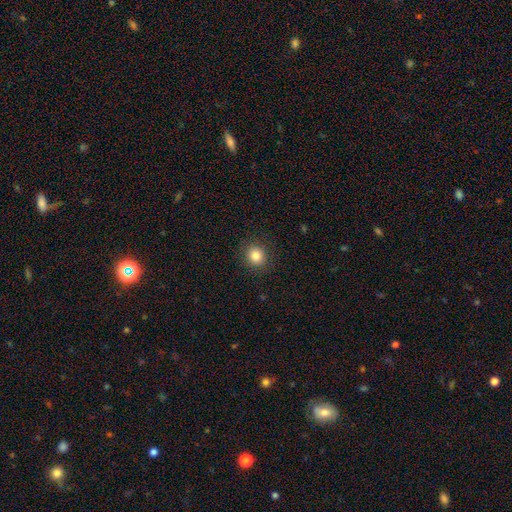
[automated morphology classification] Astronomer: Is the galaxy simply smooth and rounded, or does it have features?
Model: smooth — 83%.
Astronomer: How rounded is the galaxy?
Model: round — 87%.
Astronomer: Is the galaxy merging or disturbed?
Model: none — 90%.